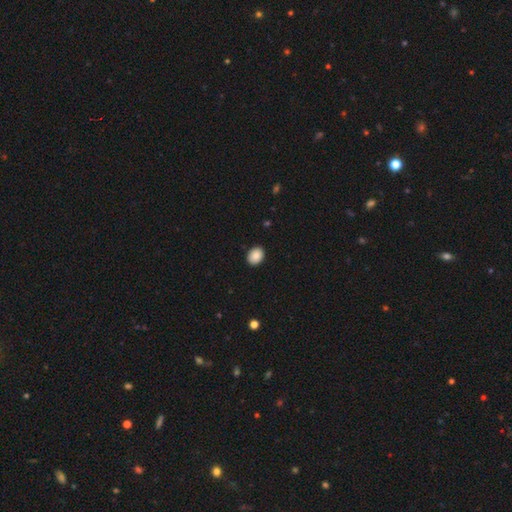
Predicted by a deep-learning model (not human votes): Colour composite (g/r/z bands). It shows a smooth galaxy with no disk features (89%) that is in between round and cigar-shaped (64%). Merging: none (90%).